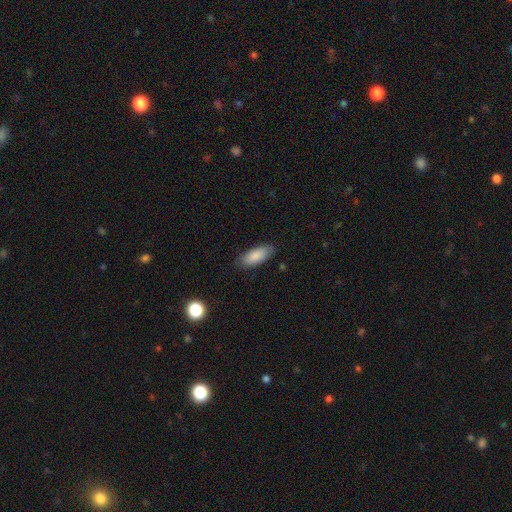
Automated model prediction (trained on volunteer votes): Smooth or featured? smooth (87%)
How rounded? in between (79%)
Merging? none (82%)